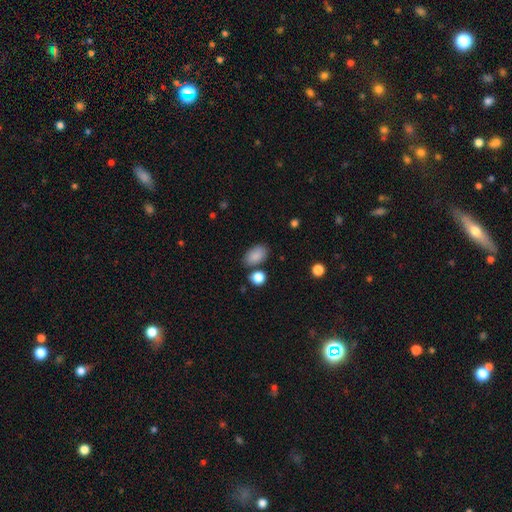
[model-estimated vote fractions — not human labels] Q: Smooth or featured?
A: smooth (87%); runner-up: star or artifact (8%)
Q: How rounded?
A: in between (90%); runner-up: round (8%)
Q: Merging?
A: none (74%); runner-up: minor disturbance (14%)